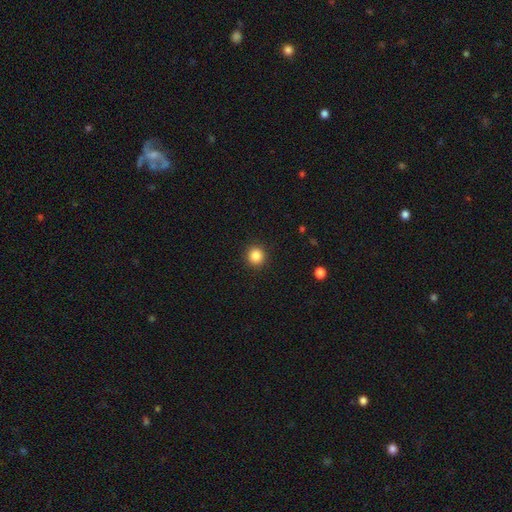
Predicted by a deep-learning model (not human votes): smooth_or_featured: smooth (p=0.86) [alt: star or artifact p=0.10]
how_rounded: round (p=0.93) [alt: in between p=0.06]
merging: none (p=0.92) [alt: minor disturbance p=0.05]